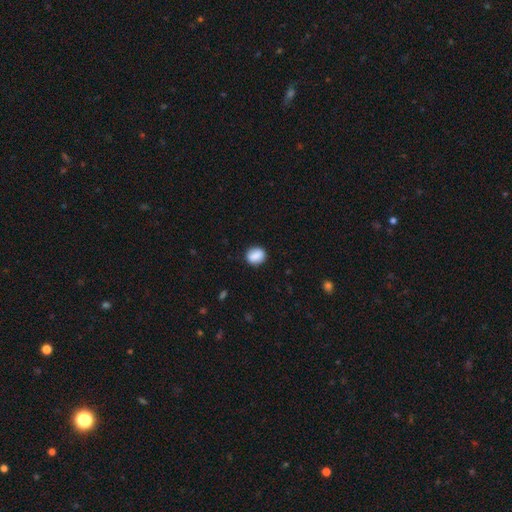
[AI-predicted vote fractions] This is clearly a smooth galaxy (85%). How rounded: likely round (63%). Merging: clearly none (85%).